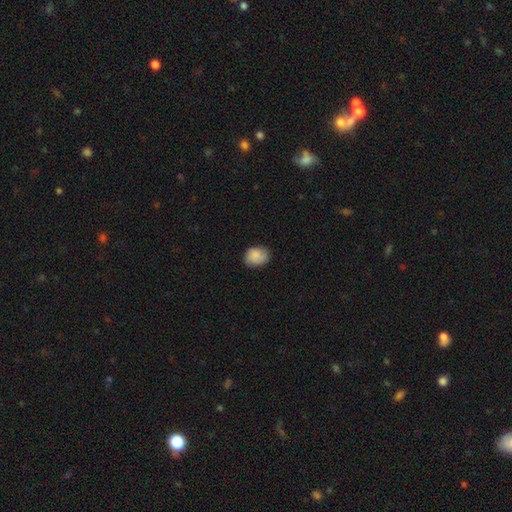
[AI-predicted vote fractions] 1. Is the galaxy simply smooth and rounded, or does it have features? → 84% smooth, 9% featured or disk, 7% star or artifact.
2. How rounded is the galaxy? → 50% round, 49% in between, 1% cigar-shaped.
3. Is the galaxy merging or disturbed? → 76% none, 19% minor disturbance, 4% major disturbance, 1% merger.